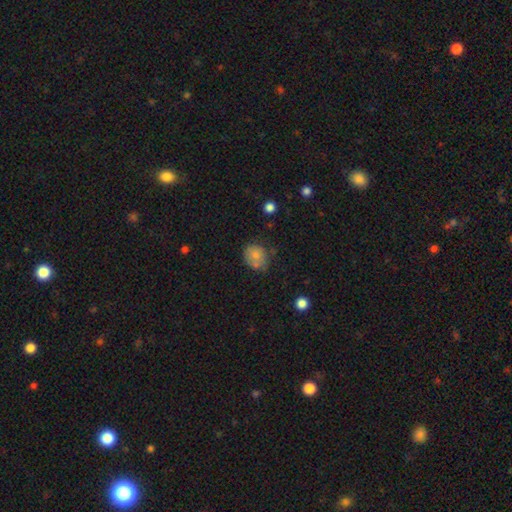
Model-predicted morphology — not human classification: Smooth or featured: smooth — 72% (featured or disk — 18%)
How rounded: round — 64% (in between — 36%)
Merging: none — 52% (minor disturbance — 26%)